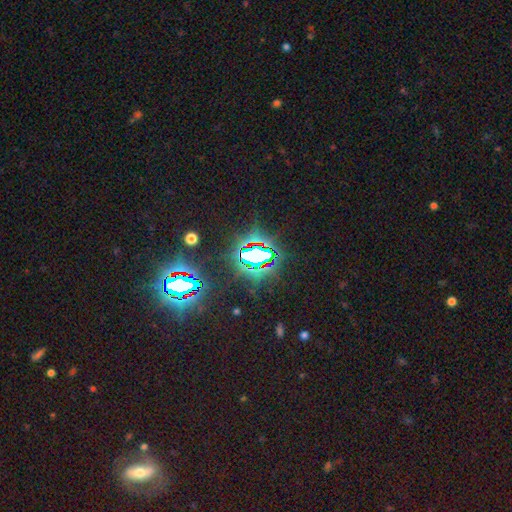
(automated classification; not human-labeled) smooth-or-featured: star or artifact: 75% | smooth: 14% | featured or disk: 10%